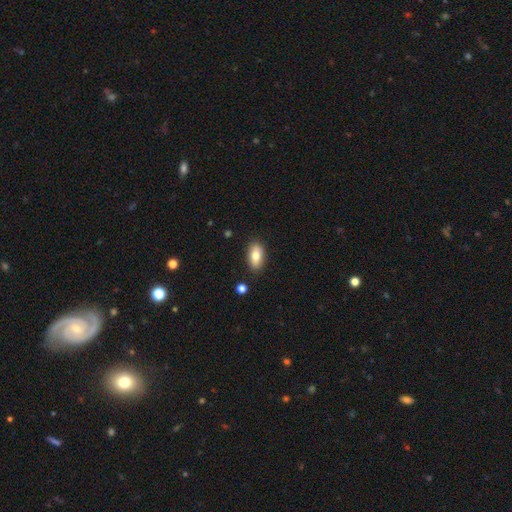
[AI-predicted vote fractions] A smooth galaxy with no disk features (79%) that is in between round and cigar-shaped (90%).

Vote fractions:
- Smooth or featured? smooth: 79% / featured or disk: 14% / star or artifact: 7%
- How rounded? in between: 90% / cigar-shaped: 5% / round: 5%
- Merging? none: 87% / minor disturbance: 9% / major disturbance: 2% / merger: 2%